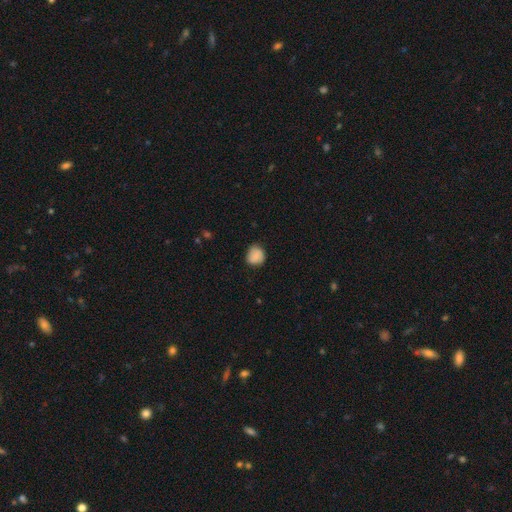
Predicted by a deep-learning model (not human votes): A smooth galaxy with no disk features (84%) that is round (78%).

Vote fractions:
- Smooth or featured? smooth: 84% / star or artifact: 8% / featured or disk: 7%
- How rounded? round: 78% / in between: 21% / cigar-shaped: 1%
- Merging? none: 72% / minor disturbance: 22% / major disturbance: 4% / merger: 1%